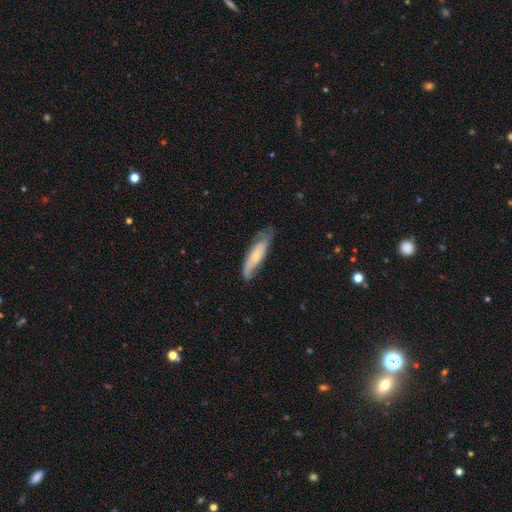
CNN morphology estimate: Smooth or featured: smooth — 49% (featured or disk — 45%)
Merging: none — 61% (minor disturbance — 28%)